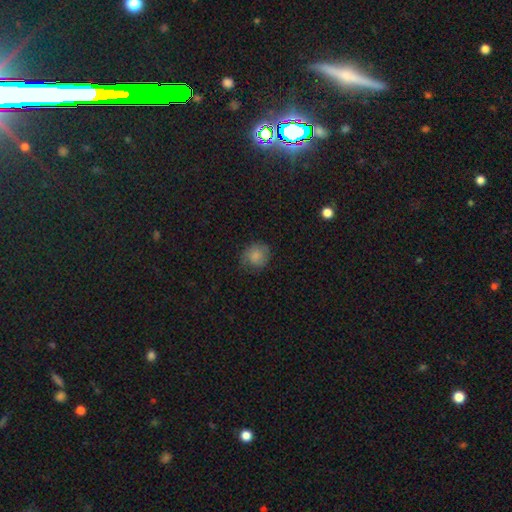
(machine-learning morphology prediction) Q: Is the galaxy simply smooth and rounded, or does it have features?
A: smooth — 78%.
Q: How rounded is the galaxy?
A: round — 80%.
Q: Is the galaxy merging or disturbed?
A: none — 66%.